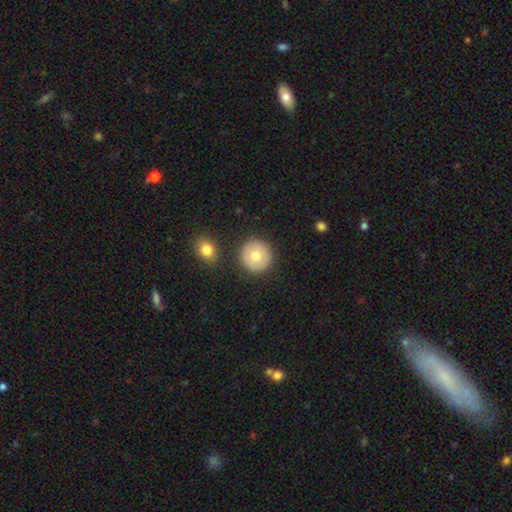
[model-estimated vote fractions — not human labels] Smooth or featured: smooth — 75% (featured or disk — 16%)
How rounded: round — 94% (in between — 5%)
Merging: none — 87% (minor disturbance — 7%)